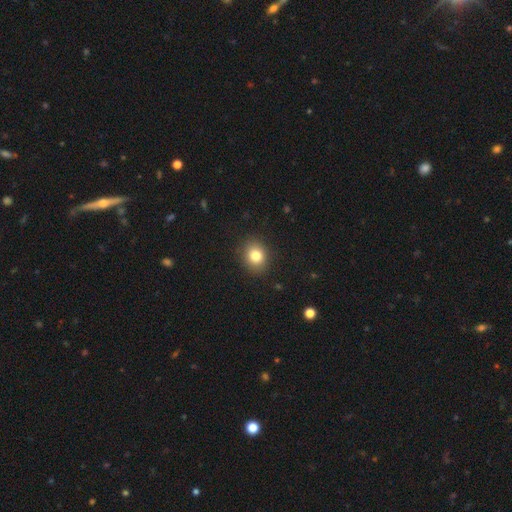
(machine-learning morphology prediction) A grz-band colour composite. It shows a smooth galaxy with no disk features (81%) that is round (64%). Merging: none (89%).